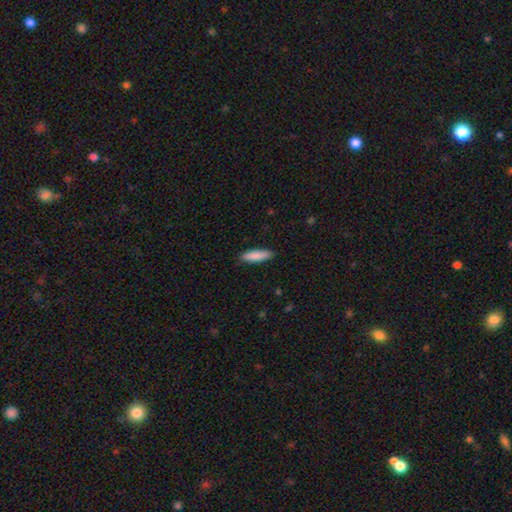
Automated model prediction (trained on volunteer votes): Q: Smooth or featured?
A: smooth (87%); runner-up: featured or disk (7%)
Q: How rounded?
A: cigar-shaped (63%); runner-up: in between (36%)
Q: Merging?
A: none (87%); runner-up: minor disturbance (10%)